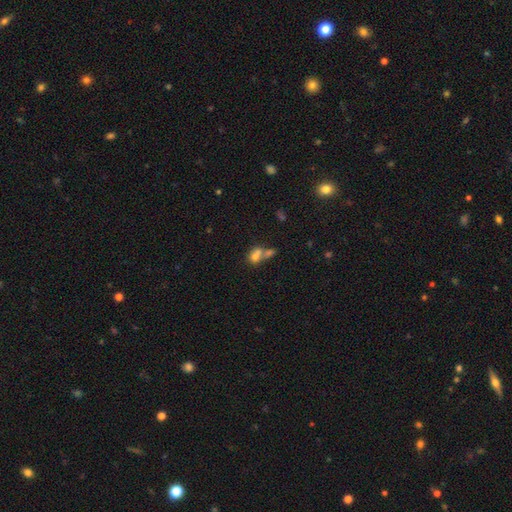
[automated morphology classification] smooth_or_featured: smooth (p=0.68) [alt: featured or disk p=0.19]
how_rounded: in between (p=0.51) [alt: round p=0.47]
merging: merger (p=0.62) [alt: none p=0.24]